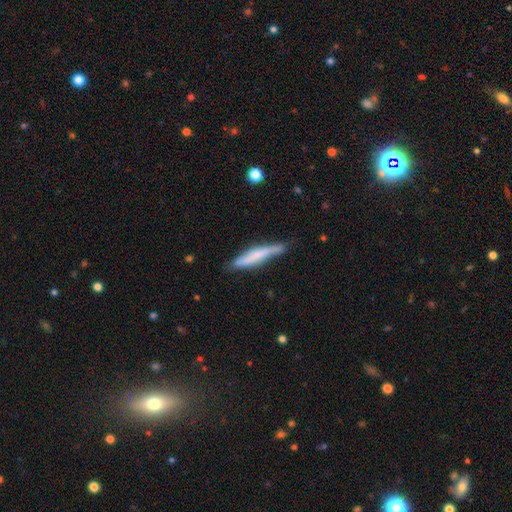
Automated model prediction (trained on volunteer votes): Smooth or featured?
  - smooth: 57% *
  - featured or disk: 37%
  - star or artifact: 6%
How rounded?
  - cigar-shaped: 91% *
  - in between: 7%
  - round: 1%
Merging?
  - none: 66% *
  - minor disturbance: 26%
  - major disturbance: 5%
  - merger: 3%